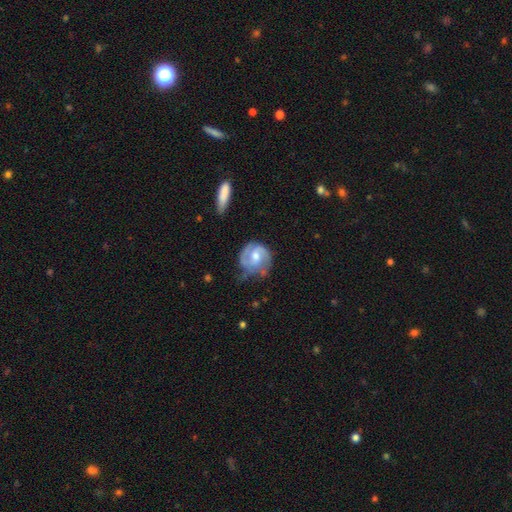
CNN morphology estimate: smooth-or-featured: featured or disk: 76% | smooth: 18% | star or artifact: 5%
  disk-edge-on: no: 98% | yes: 2%
    bar: weak: 47% | no: 40% | strong: 12%
    has-spiral-arms: yes: 93% | no: 7%
      spiral-winding: tight: 44% | medium: 43% | loose: 13%
      spiral-arm-count: 2: 74% | can't tell: 11% | 3: 7% | 1: 5% | 4: 2% | more than 4: 2%
    bulge-size: moderate: 65% | small: 27% | large: 6% | none: 2% | dominant: 1%
  merging: none: 61% | minor disturbance: 26% | major disturbance: 10% | merger: 3%